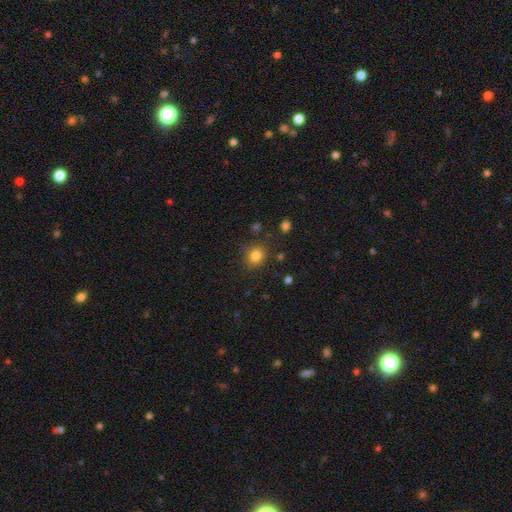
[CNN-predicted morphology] Smooth or featured? Predicted: smooth (p=0.82). How rounded? Predicted: round (p=0.80). Merging? Predicted: none (p=0.83).